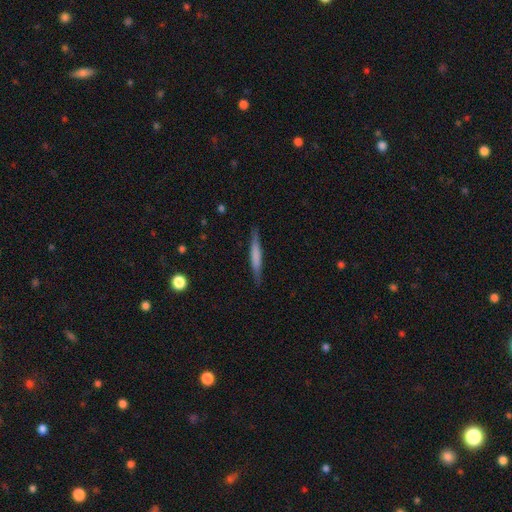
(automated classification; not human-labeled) Morphology: type=smooth (58%); roundness=cigar-shaped (94%); merging=none (87%).